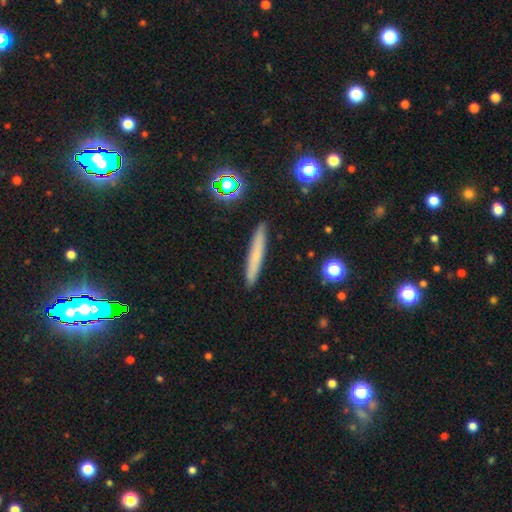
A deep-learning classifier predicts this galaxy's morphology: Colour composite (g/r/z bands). It shows a smooth galaxy with no disk features (66%) that is cigar-shaped (95%). Merging: none (91%).